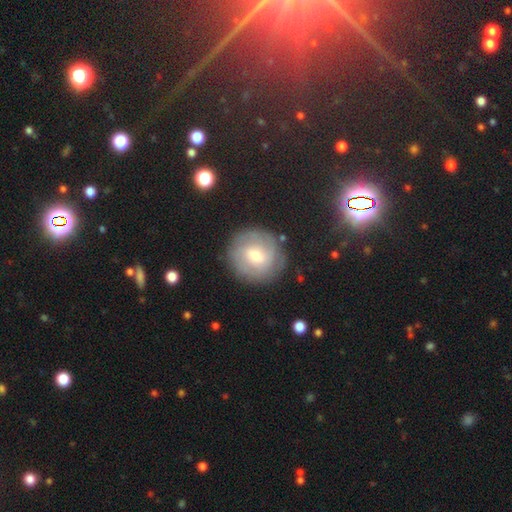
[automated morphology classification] type=featured or disk (47%); merging=none (82%).